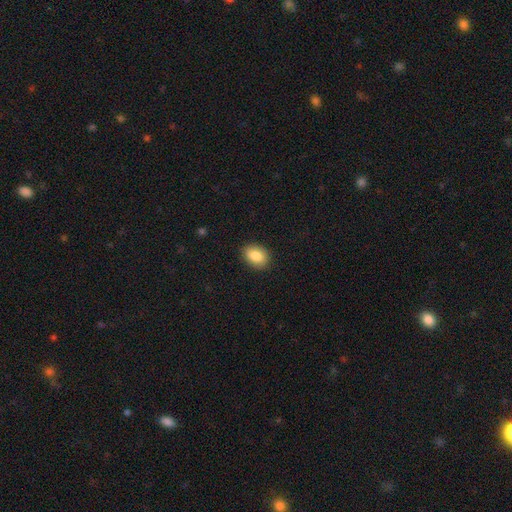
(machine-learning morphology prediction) Smooth or featured?
  - smooth: 87% *
  - star or artifact: 8%
  - featured or disk: 6%
How rounded?
  - in between: 73% *
  - round: 26%
  - cigar-shaped: 1%
Merging?
  - none: 88% *
  - minor disturbance: 9%
  - major disturbance: 2%
  - merger: 1%